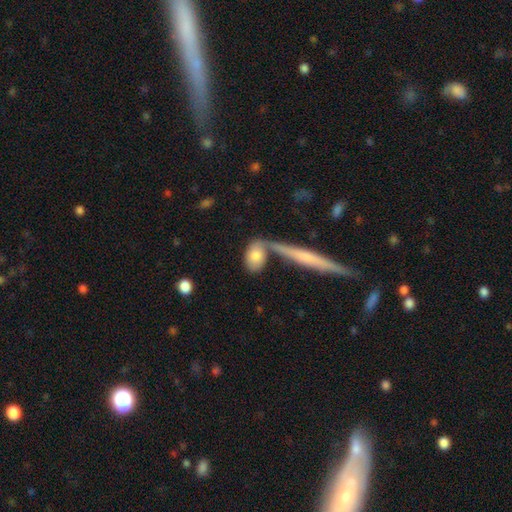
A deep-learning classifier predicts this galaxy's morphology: smooth_or_featured: smooth (p=0.75) [alt: featured or disk p=0.19]
how_rounded: in between (p=0.75) [alt: round p=0.13]
merging: none (p=0.46) [alt: merger p=0.31]